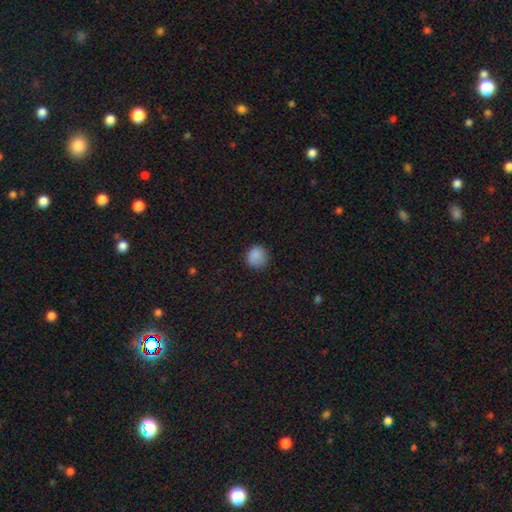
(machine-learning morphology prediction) Smooth or featured? Predicted: smooth (p=0.86). How rounded? Predicted: round (p=0.90). Merging? Predicted: none (p=0.84).